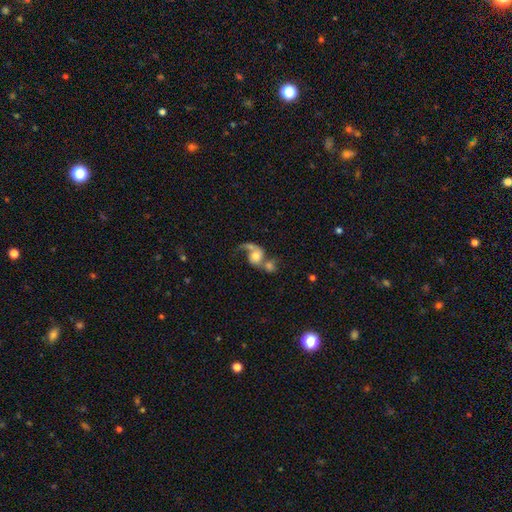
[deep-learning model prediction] Smooth or featured? Predicted: featured or disk (p=0.52). Edge-on disk? Predicted: no (p=0.97). Bar? Predicted: no (p=0.77). Spiral arms? Predicted: yes (p=0.78). Bulge size? Predicted: moderate (p=0.47). Merging? Predicted: merger (p=0.60).